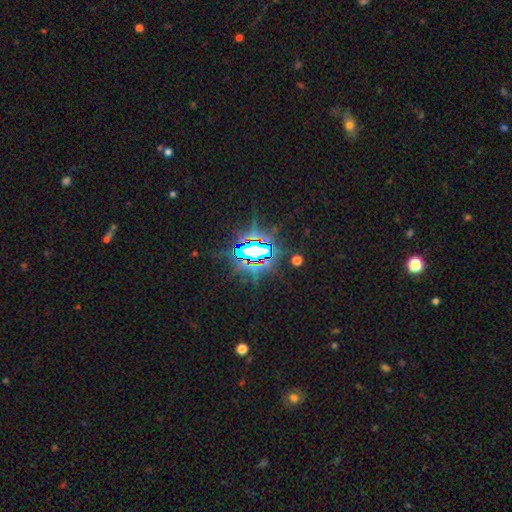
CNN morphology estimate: A star or artifact, not a galaxy (78%).